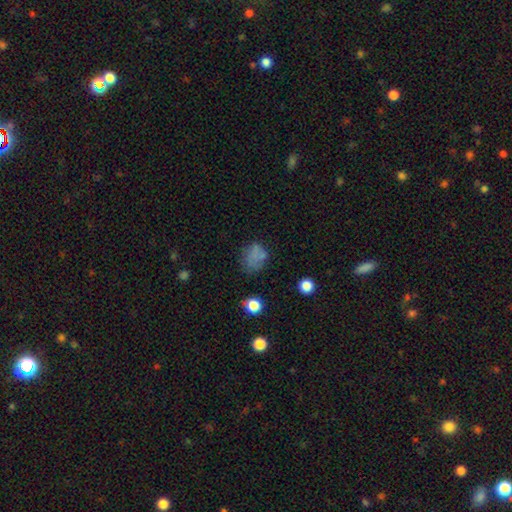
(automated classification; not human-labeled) smooth_or_featured: smooth (p=0.66) [alt: featured or disk p=0.18]
how_rounded: round (p=0.51) [alt: in between p=0.48]
merging: none (p=0.49) [alt: minor disturbance p=0.25]